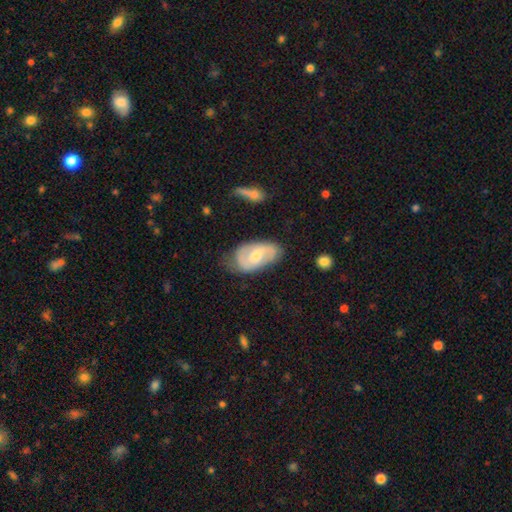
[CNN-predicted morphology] Smooth or featured? featured or disk (57%)
Edge-on disk? no (94%)
Bar? weak (51%)
Spiral arms? yes (80%)
Bulge size? moderate (59%)
Merging? none (63%)